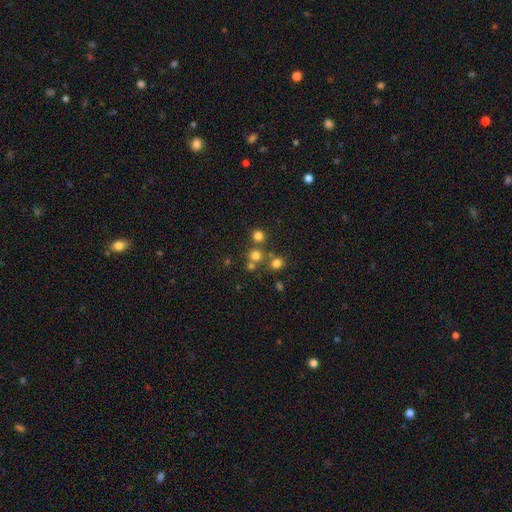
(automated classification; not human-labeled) Morphology: type=smooth (71%); roundness=round (91%); merging=none (68%).